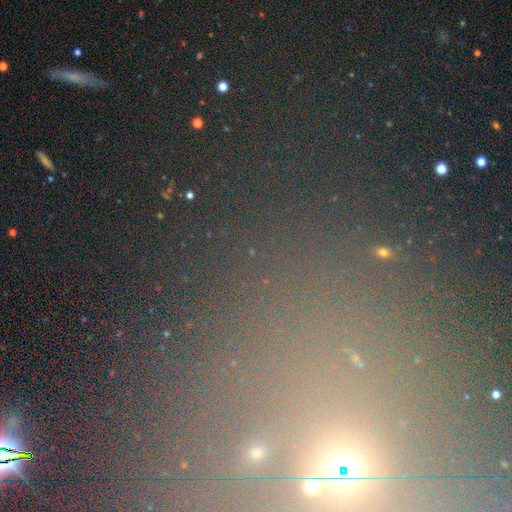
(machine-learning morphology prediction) type=star or artifact (73%).